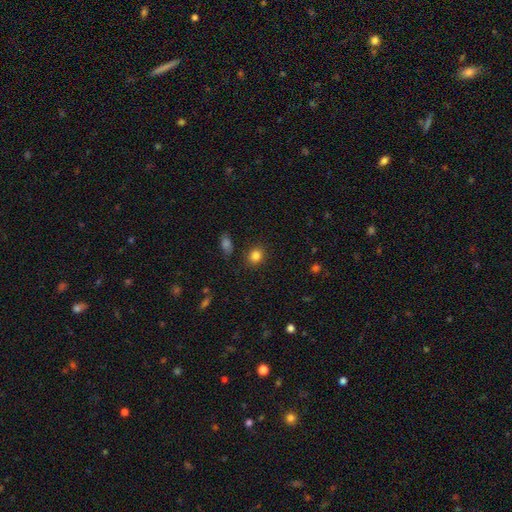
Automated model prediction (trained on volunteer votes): Smooth or featured? smooth (84%)
How rounded? round (66%)
Merging? none (86%)